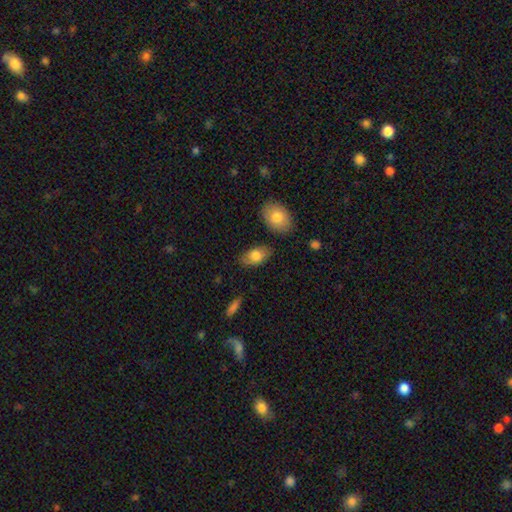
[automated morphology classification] The model was most divided on "smooth or featured": smooth: 75%, featured or disk: 19%, star or artifact: 6%. More confident: how rounded — in between (92%); merging — none (78%).